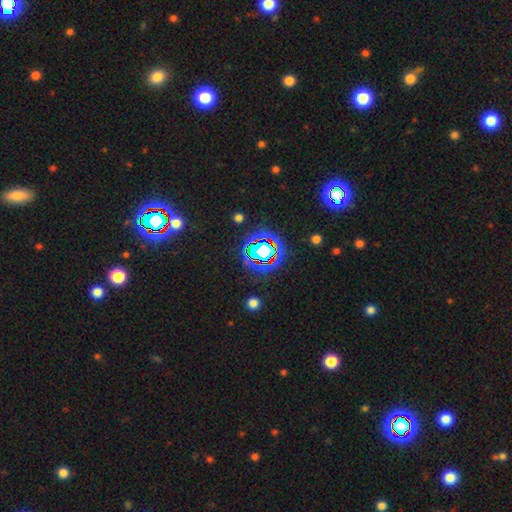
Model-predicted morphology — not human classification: Overall: star or artifact (81%).